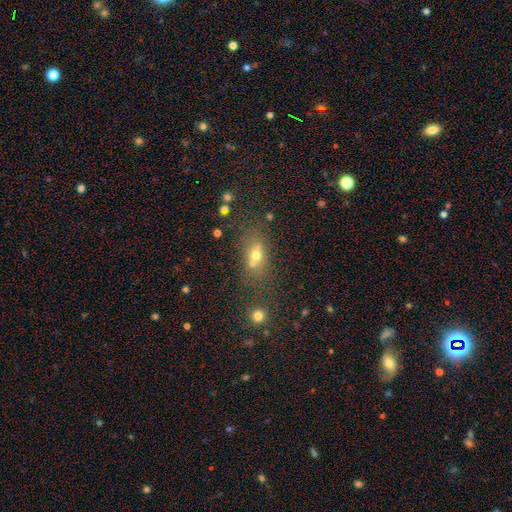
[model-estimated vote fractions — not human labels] smooth 56%, star or artifact 24%, featured or disk 19%. Down the decision tree: how rounded — in between (56%); merging — none (50%).